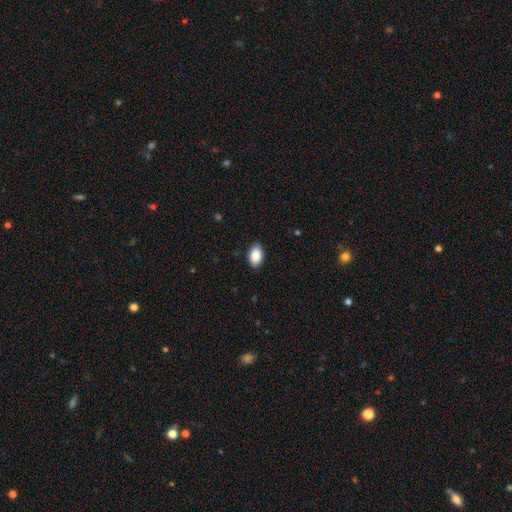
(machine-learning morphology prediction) Smooth or featured? Predicted: smooth (p=0.88). How rounded? Predicted: in between (p=0.92). Merging? Predicted: none (p=0.89).